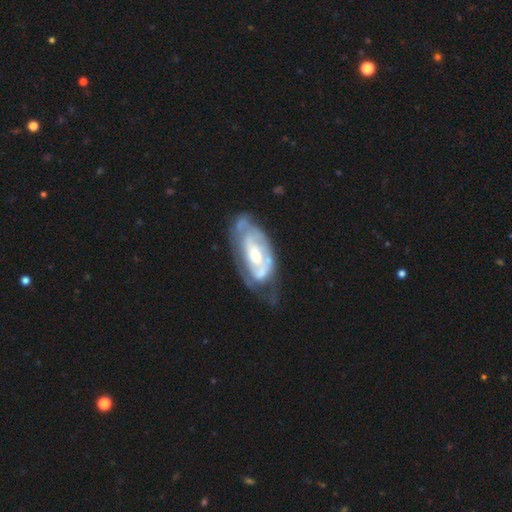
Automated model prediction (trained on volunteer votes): Smooth or featured?
  - featured or disk: 76% *
  - smooth: 19%
  - star or artifact: 5%
Edge-on disk?
  - no: 93% *
  - yes: 7%
Bar?
  - no: 63% *
  - weak: 27%
  - strong: 9%
Spiral arms?
  - yes: 70% *
  - no: 30%
Bulge size?
  - moderate: 55% *
  - small: 34%
  - large: 7%
  - none: 2%
  - dominant: 1%
Merging?
  - none: 42% *
  - minor disturbance: 29%
  - major disturbance: 23%
  - merger: 6%